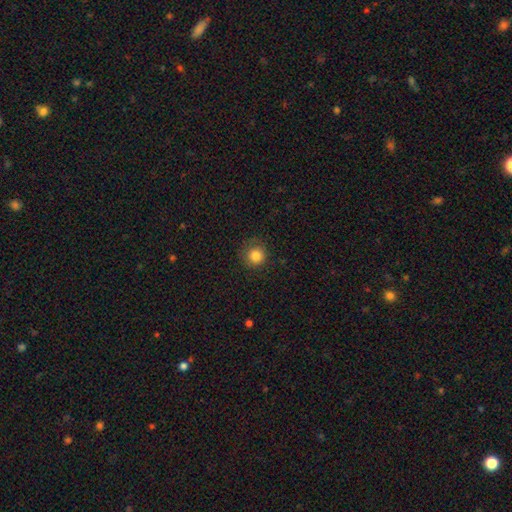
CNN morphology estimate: Smooth or featured?
  - smooth: 83% *
  - star or artifact: 11%
  - featured or disk: 5%
How rounded?
  - round: 94% *
  - in between: 5%
  - cigar-shaped: 1%
Merging?
  - none: 84% *
  - minor disturbance: 11%
  - major disturbance: 4%
  - merger: 1%